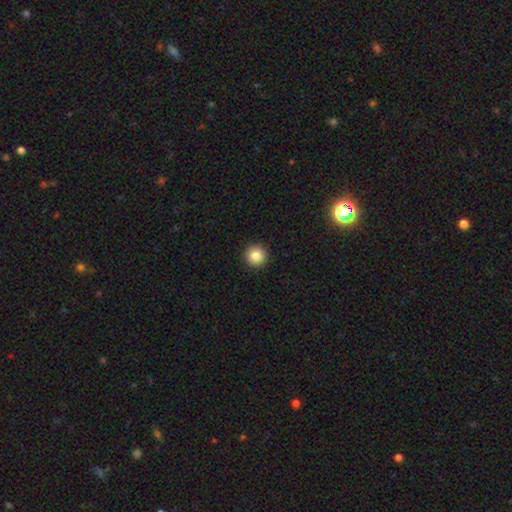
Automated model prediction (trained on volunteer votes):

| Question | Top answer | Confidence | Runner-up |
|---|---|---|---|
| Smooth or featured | smooth | 85% | star or artifact (10%) |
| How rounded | round | 96% | in between (3%) |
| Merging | none | 93% | minor disturbance (4%) |